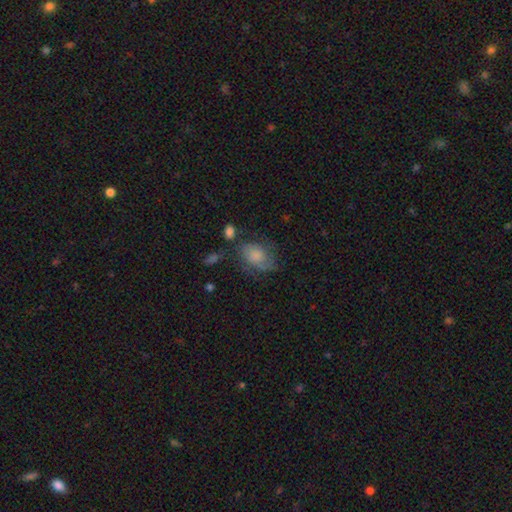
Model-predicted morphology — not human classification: A smooth galaxy with no disk features (59%) that is in between round and cigar-shaped (72%).

Vote fractions:
- Smooth or featured? smooth: 59% / featured or disk: 32% / star or artifact: 9%
- How rounded? in between: 72% / round: 26% / cigar-shaped: 2%
- Merging? none: 47% / minor disturbance: 28% / major disturbance: 19% / merger: 6%